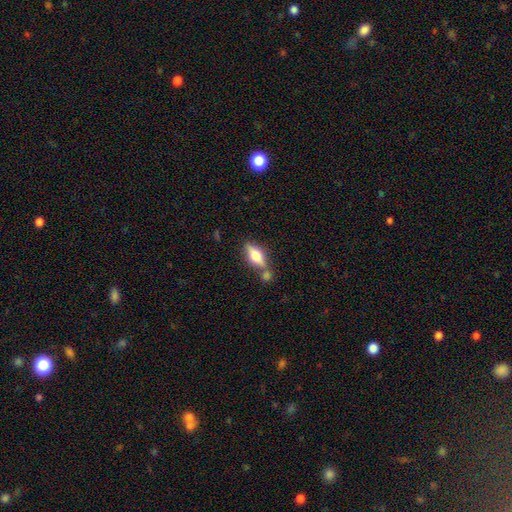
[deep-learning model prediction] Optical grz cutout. It shows a smooth galaxy with no disk features (51%) that is in between round and cigar-shaped (68%). Merging: none (63%).